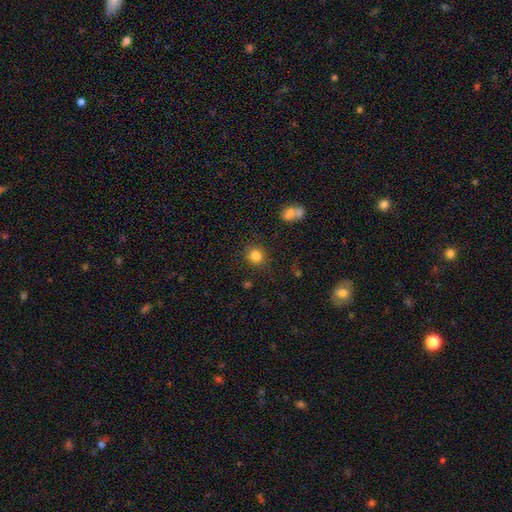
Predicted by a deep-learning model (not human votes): Q: Smooth or featured?
A: smooth (82%); runner-up: star or artifact (12%)
Q: How rounded?
A: round (83%); runner-up: in between (16%)
Q: Merging?
A: none (85%); runner-up: minor disturbance (9%)